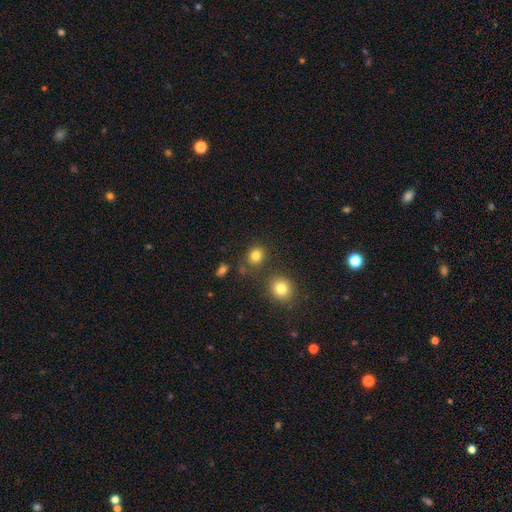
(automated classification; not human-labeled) The model was most divided on "how rounded": round: 73%, in between: 26%, cigar-shaped: 1%. More confident: smooth or featured — smooth (81%); merging — none (79%).